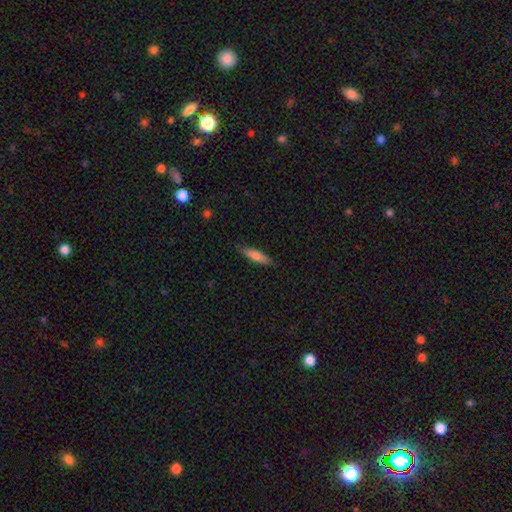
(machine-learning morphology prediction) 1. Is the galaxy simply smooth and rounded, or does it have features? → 74% smooth, 19% featured or disk, 6% star or artifact.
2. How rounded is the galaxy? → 71% cigar-shaped, 27% in between, 2% round.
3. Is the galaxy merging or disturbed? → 84% none, 12% minor disturbance, 2% major disturbance, 1% merger.